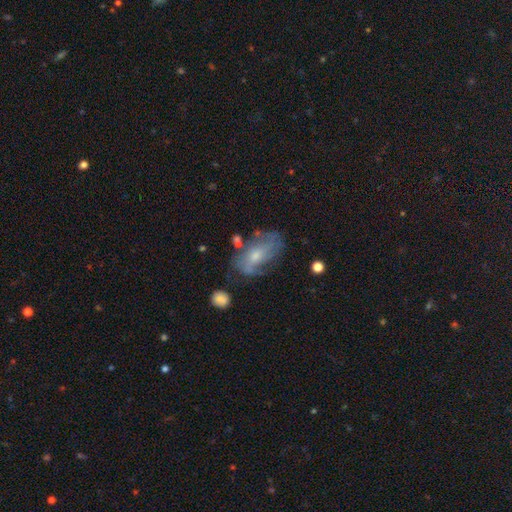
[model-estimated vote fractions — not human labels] Smooth or featured? Predicted: featured or disk (p=0.63). Edge-on disk? Predicted: no (p=0.93). Bar? Predicted: no (p=0.63). Spiral arms? Predicted: yes (p=0.72). Bulge size? Predicted: small (p=0.49). Merging? Predicted: none (p=0.54).